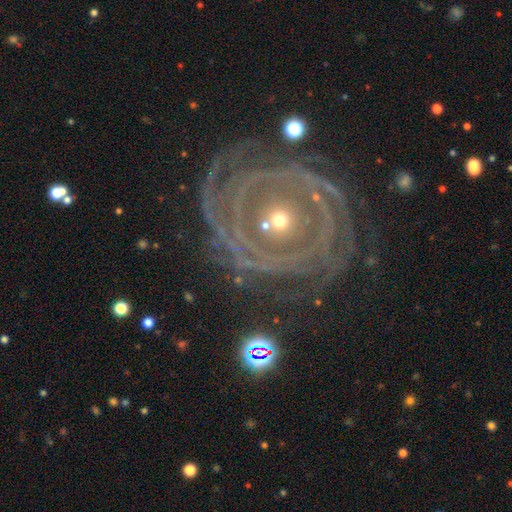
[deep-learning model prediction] Q: Smooth or featured?
A: featured or disk (90%); runner-up: star or artifact (6%)
Q: Edge-on disk?
A: no (97%); runner-up: yes (3%)
Q: Bar?
A: no (62%); runner-up: weak (22%)
Q: Spiral arms?
A: yes (96%); runner-up: no (4%)
Q: Spiral winding?
A: tight (86%); runner-up: medium (12%)
Q: Spiral arm count?
A: 2 (25%); runner-up: can't tell (21%)
Q: Bulge size?
A: small (63%); runner-up: moderate (34%)
Q: Merging?
A: none (77%); runner-up: minor disturbance (14%)